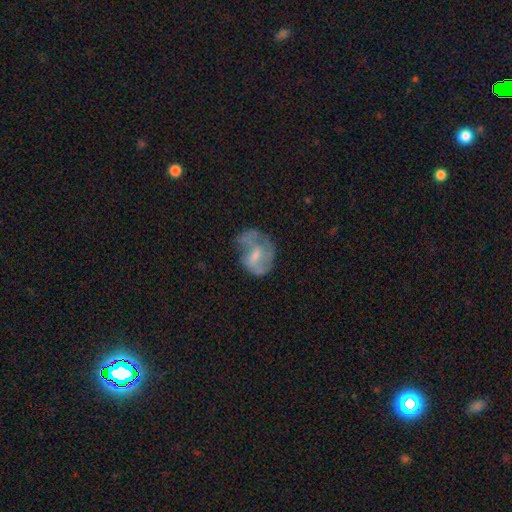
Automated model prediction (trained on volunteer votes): This appears to be a featured or disk galaxy (56%) with a weak bar (46%), spiral arms (53%) and a small central bulge (45%). Merging: none (38%).